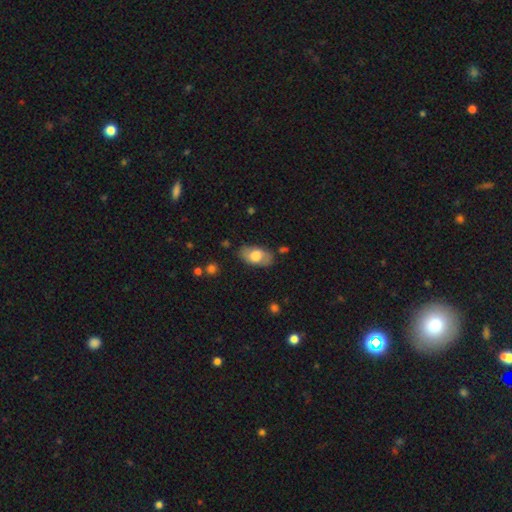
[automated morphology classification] Q: Smooth or featured?
A: smooth (61%); runner-up: featured or disk (33%)
Q: How rounded?
A: in between (91%); runner-up: round (6%)
Q: Merging?
A: none (76%); runner-up: minor disturbance (17%)